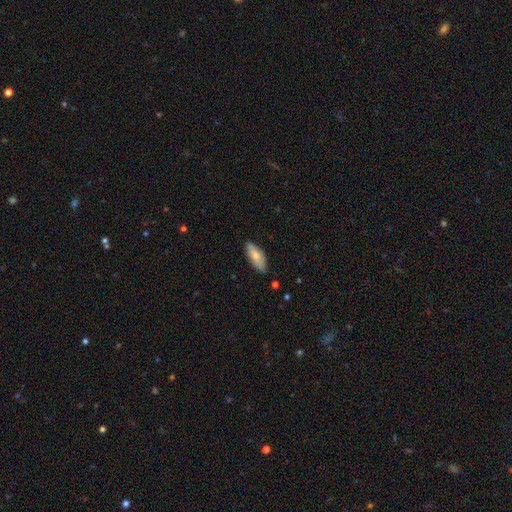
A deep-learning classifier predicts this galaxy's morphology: Smooth or featured: smooth — 76% (featured or disk — 18%)
How rounded: in between — 77% (cigar-shaped — 21%)
Merging: none — 75% (minor disturbance — 20%)